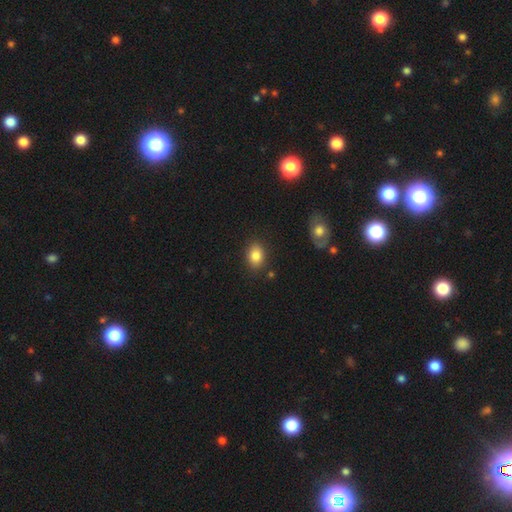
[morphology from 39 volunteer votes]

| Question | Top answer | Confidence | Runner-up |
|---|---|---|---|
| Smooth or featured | smooth | 92% | featured or disk (8%) |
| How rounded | in between | 89% | round (6%) |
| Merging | none | 79% | minor disturbance (13%) |